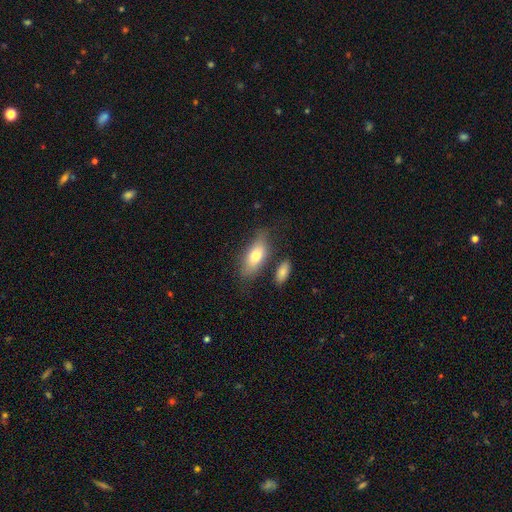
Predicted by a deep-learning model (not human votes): Overall: smooth (75%). How rounded: in between (79%). Merging: none (67%).